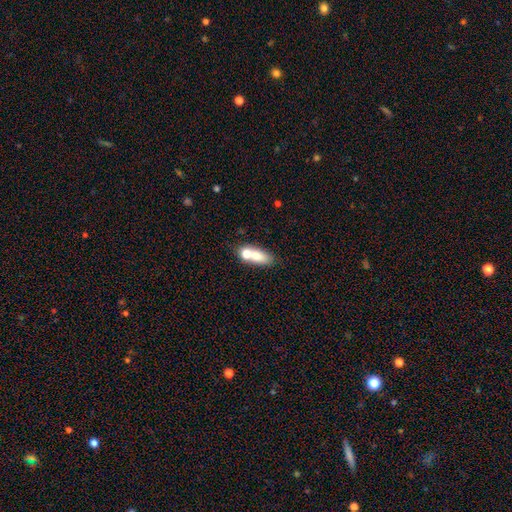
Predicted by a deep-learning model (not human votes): Overall: smooth (68%). How rounded: in between (70%). Merging: merger (44%; none 41%).